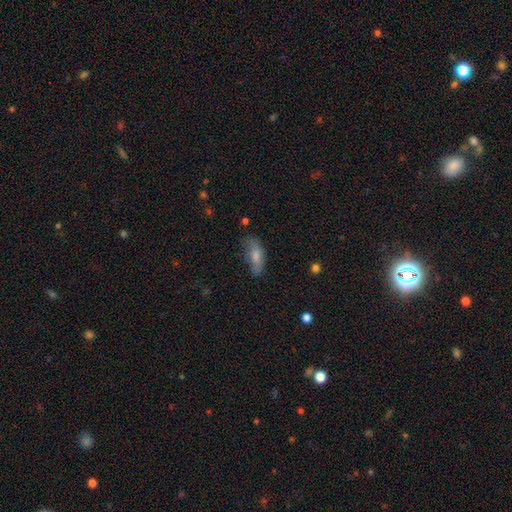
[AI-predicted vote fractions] smooth 60%, featured or disk 30%, star or artifact 10%. Down the decision tree: how rounded — in between (72%); merging — none (54%).